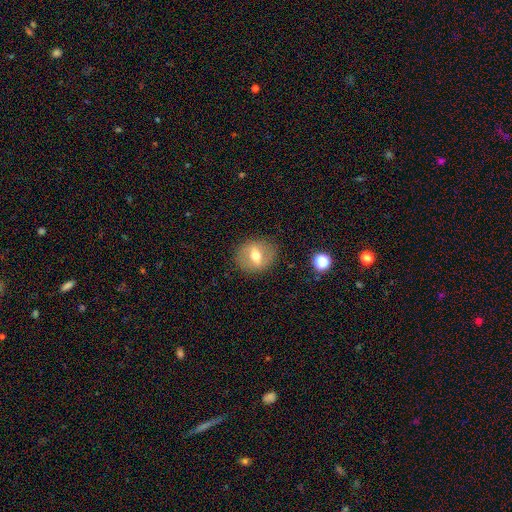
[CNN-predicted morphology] A featured or disk galaxy (47%). Merging: none (84%).